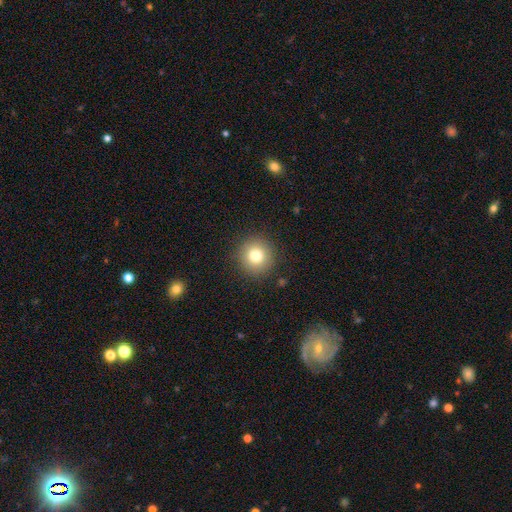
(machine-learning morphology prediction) Q: Smooth or featured?
A: smooth (78%); runner-up: star or artifact (12%)
Q: How rounded?
A: round (94%); runner-up: in between (5%)
Q: Merging?
A: none (90%); runner-up: minor disturbance (6%)